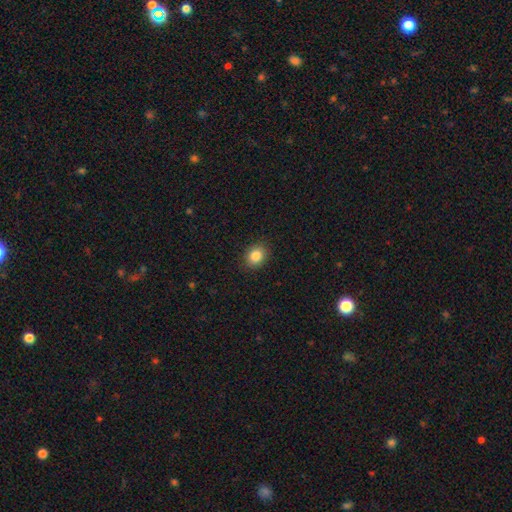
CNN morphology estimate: This appears to be a smooth galaxy with no disk features (85%) that is round (55%). Merging: none (89%).